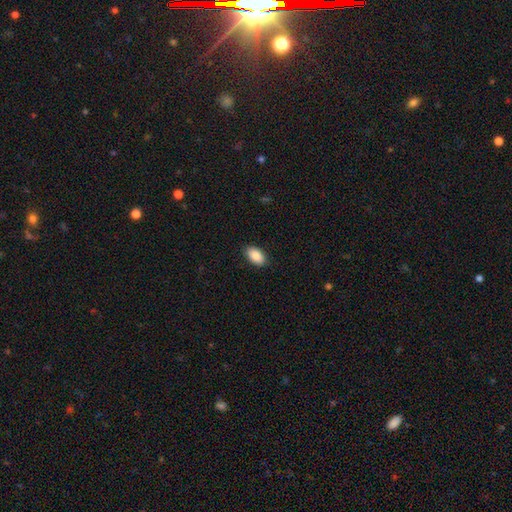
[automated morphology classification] smooth 87%, star or artifact 7%, featured or disk 6%. Down the decision tree: how rounded — in between (94%); merging — none (88%).